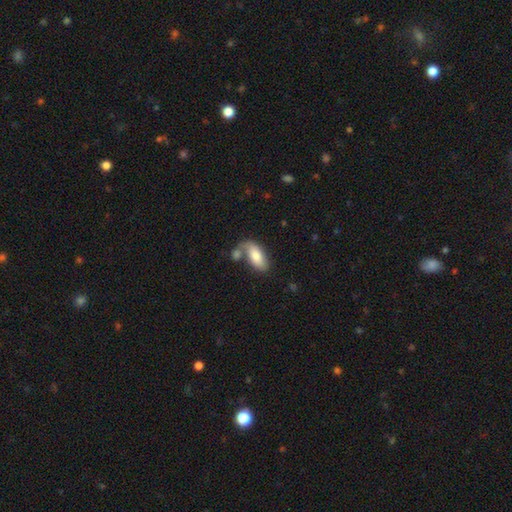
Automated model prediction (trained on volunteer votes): Q: Smooth or featured?
A: smooth (76%); runner-up: featured or disk (18%)
Q: How rounded?
A: in between (90%); runner-up: cigar-shaped (7%)
Q: Merging?
A: none (44%); runner-up: merger (32%)